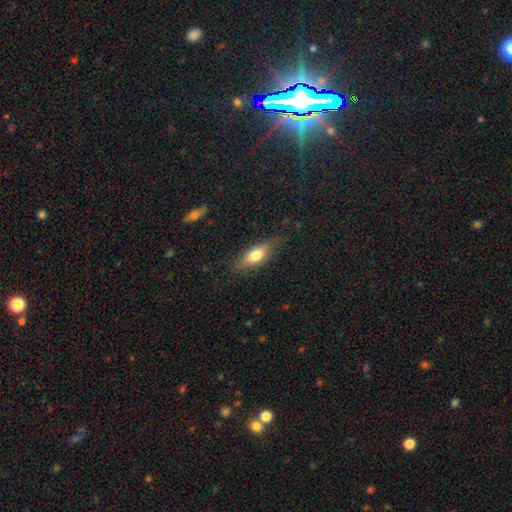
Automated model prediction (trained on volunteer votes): smooth_or_featured: smooth (p=0.67) [alt: featured or disk p=0.26]
how_rounded: in between (p=0.63) [alt: cigar-shaped p=0.34]
merging: none (p=0.74) [alt: minor disturbance p=0.19]